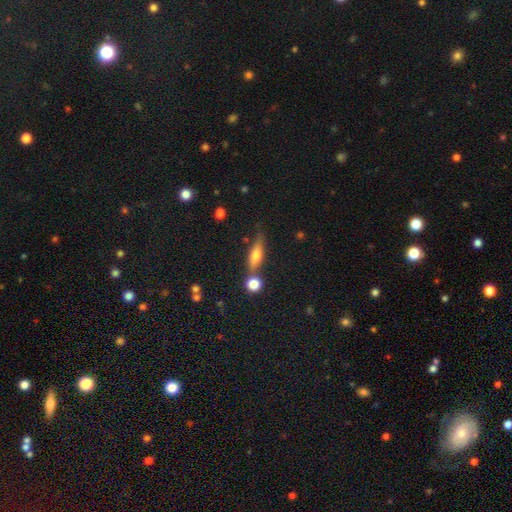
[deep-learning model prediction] smooth 60%, featured or disk 31%, star or artifact 9%. Down the decision tree: how rounded — cigar-shaped (52%); merging — none (59%).